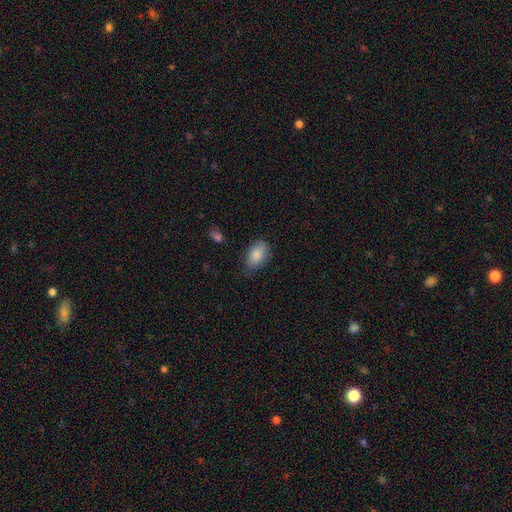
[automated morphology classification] Smooth or featured? Predicted: smooth (p=0.87). How rounded? Predicted: in between (p=0.91). Merging? Predicted: none (p=0.72).